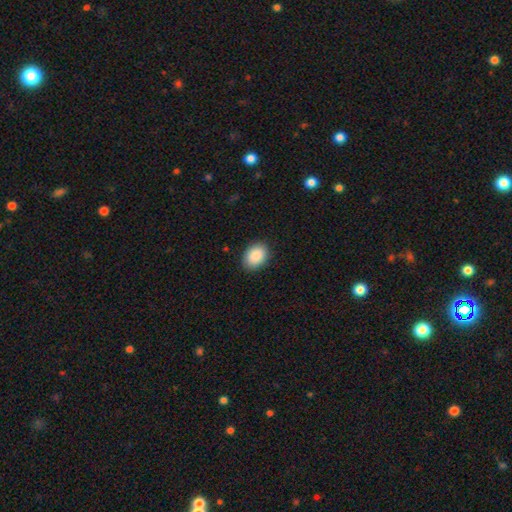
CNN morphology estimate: A smooth galaxy with no disk features (89%) that is in between round and cigar-shaped (77%).

Vote fractions:
- Smooth or featured? smooth: 89% / star or artifact: 7% / featured or disk: 4%
- How rounded? in between: 77% / round: 22% / cigar-shaped: 1%
- Merging? none: 88% / minor disturbance: 9% / major disturbance: 2% / merger: 1%